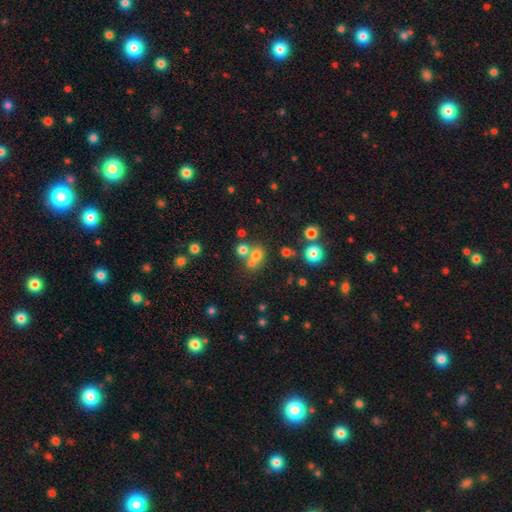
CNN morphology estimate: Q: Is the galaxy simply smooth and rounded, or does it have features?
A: smooth — 66%.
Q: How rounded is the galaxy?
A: round — 79%.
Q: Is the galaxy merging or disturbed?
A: none — 48%.